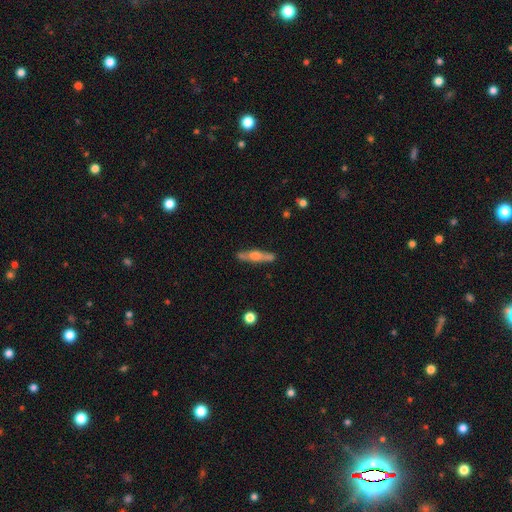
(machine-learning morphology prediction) This appears to be a featured or disk galaxy (61%) viewed edge-on (88%) with a rounded central bulge (84%). Merging: none (79%).